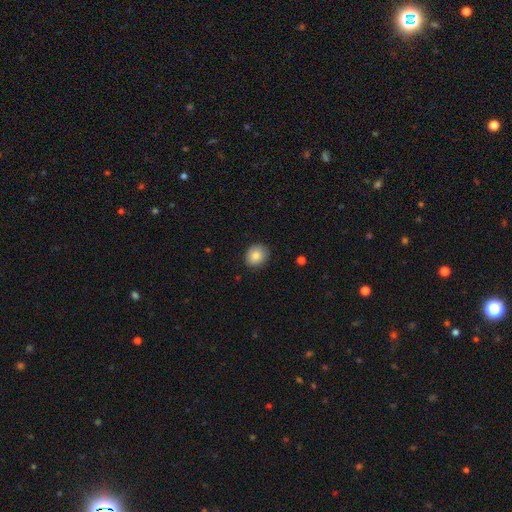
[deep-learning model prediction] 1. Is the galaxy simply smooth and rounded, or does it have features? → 85% smooth, 8% star or artifact, 7% featured or disk.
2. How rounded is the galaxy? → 72% round, 27% in between, 1% cigar-shaped.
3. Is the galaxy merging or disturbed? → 86% none, 11% minor disturbance, 2% major disturbance, 1% merger.